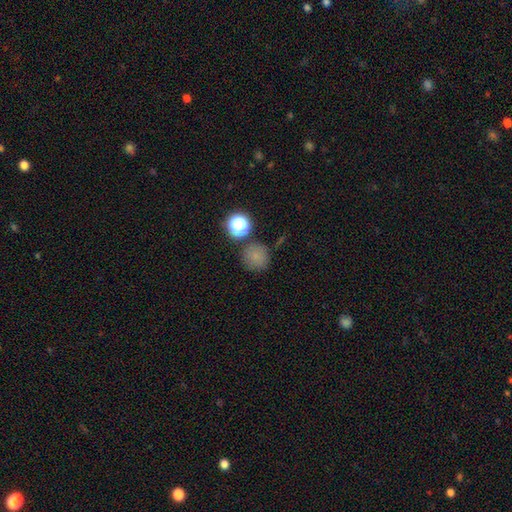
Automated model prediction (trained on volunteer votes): Smooth or featured? Predicted: smooth (p=0.75). How rounded? Predicted: round (p=0.90). Merging? Predicted: none (p=0.75).